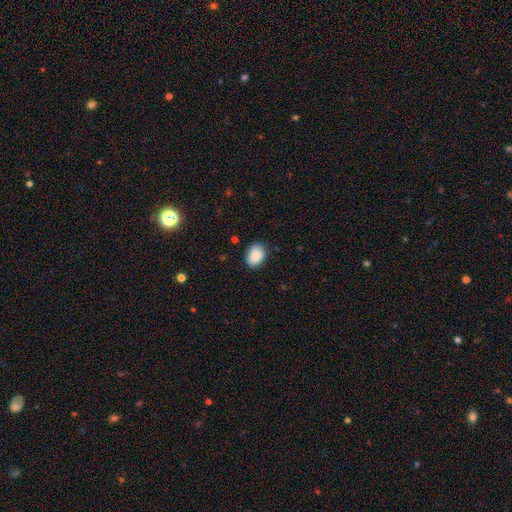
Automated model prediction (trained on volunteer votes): The model was most divided on "how rounded": in between: 72%, round: 27%, cigar-shaped: 1%. More confident: smooth or featured — smooth (87%); merging — none (85%).